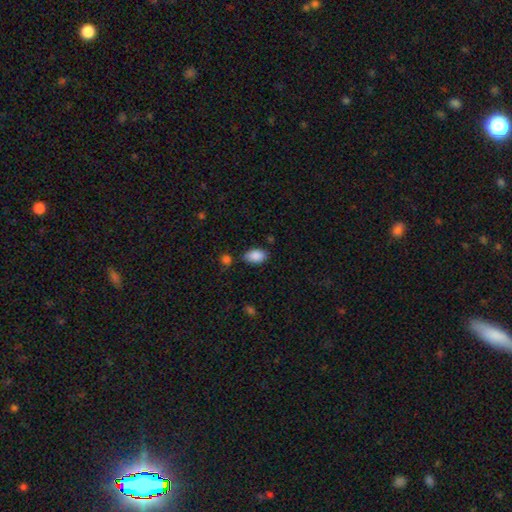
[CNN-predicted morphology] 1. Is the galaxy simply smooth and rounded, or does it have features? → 88% smooth, 7% star or artifact, 4% featured or disk.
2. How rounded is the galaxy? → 92% in between, 7% round, 1% cigar-shaped.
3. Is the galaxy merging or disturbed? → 76% none, 15% minor disturbance, 5% merger, 4% major disturbance.